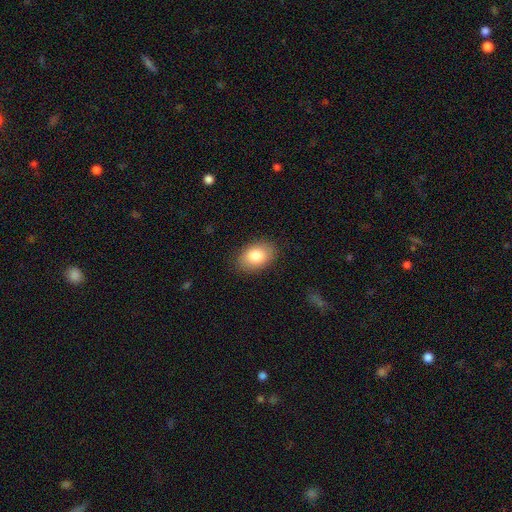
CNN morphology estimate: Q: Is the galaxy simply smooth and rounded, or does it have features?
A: smooth — 83%.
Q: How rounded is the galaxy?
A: in between — 87%.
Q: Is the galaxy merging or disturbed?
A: none — 86%.